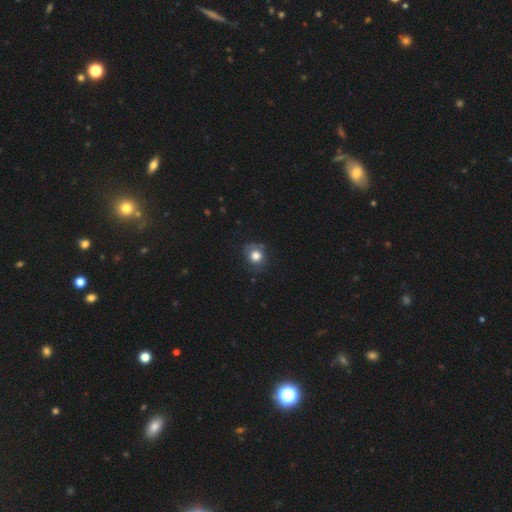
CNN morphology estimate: Overall: smooth (73%). How rounded: round (76%). Merging: none (69%).